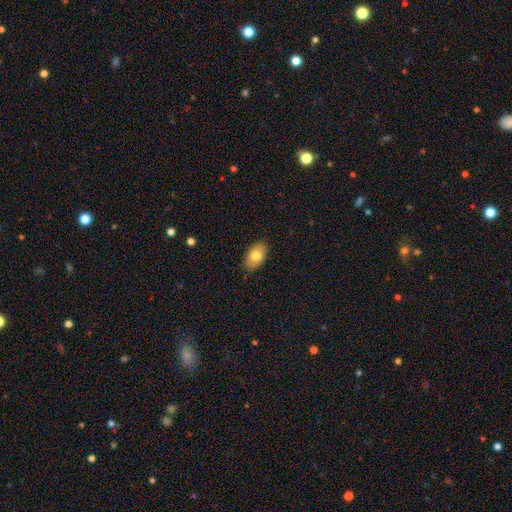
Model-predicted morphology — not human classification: A smooth galaxy with no disk features (78%) that is in between round and cigar-shaped (91%). Merging: none (87%).